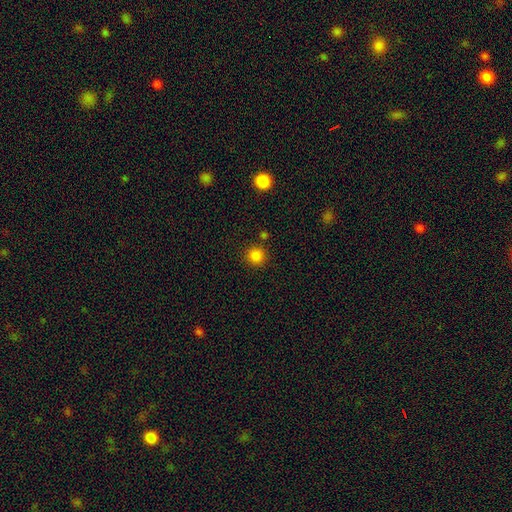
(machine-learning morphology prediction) Smooth or featured: smooth — 84% (star or artifact — 12%)
How rounded: round — 94% (in between — 5%)
Merging: none — 87% (minor disturbance — 6%)